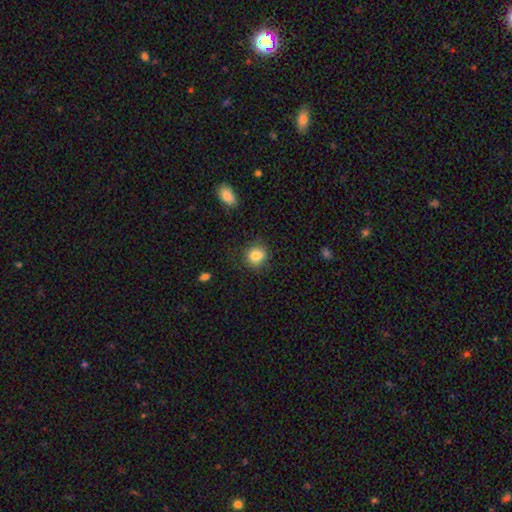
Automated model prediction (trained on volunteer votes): Smooth or featured: smooth — 84% (star or artifact — 10%)
How rounded: round — 74% (in between — 25%)
Merging: none — 79% (minor disturbance — 15%)